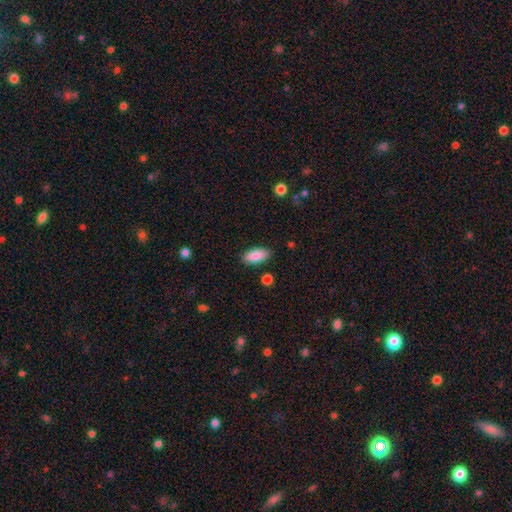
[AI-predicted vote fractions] Smooth or featured?
  - smooth: 87% *
  - star or artifact: 7%
  - featured or disk: 7%
How rounded?
  - in between: 89% *
  - cigar-shaped: 9%
  - round: 2%
Merging?
  - none: 86% *
  - minor disturbance: 10%
  - major disturbance: 2%
  - merger: 2%